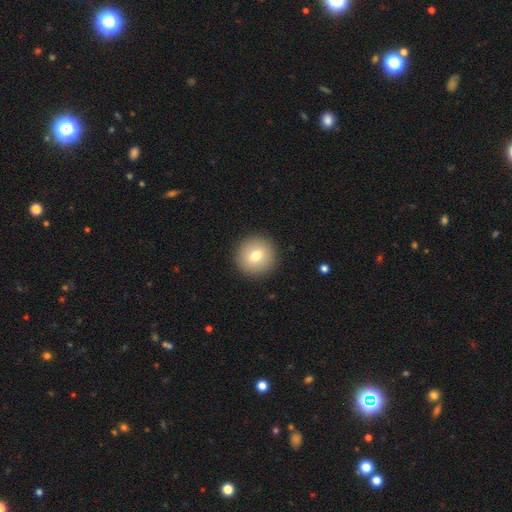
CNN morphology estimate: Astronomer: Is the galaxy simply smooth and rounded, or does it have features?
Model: smooth — 75%.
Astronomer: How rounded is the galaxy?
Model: round — 94%.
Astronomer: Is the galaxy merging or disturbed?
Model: none — 92%.